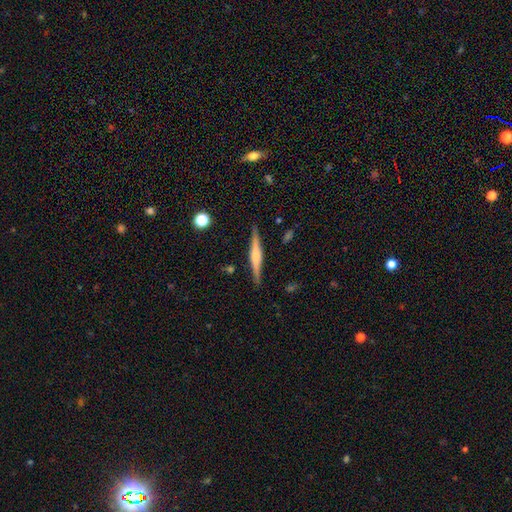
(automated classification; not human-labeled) This appears to be a featured or disk galaxy (67%) viewed edge-on (98%) with a rounded central bulge (56%). Merging: none (89%).